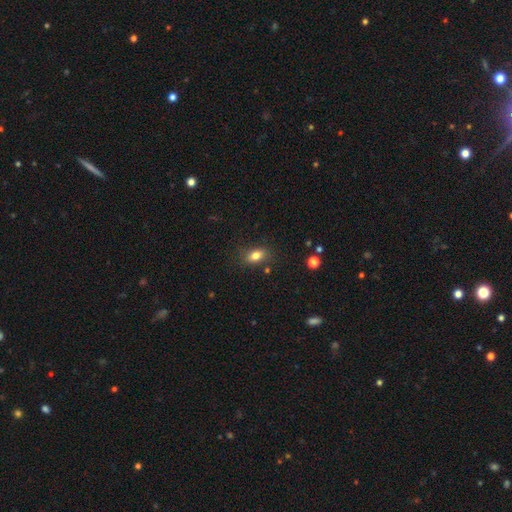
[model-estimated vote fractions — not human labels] Smooth or featured? smooth (80%)
How rounded? in between (81%)
Merging? none (80%)